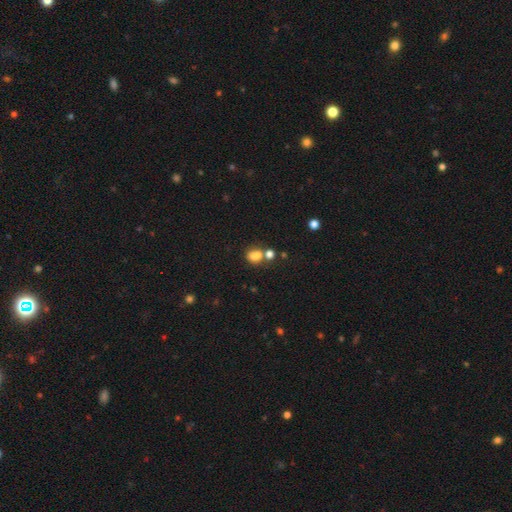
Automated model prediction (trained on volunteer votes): Morphology: type=smooth (76%); roundness=in between (50%); merging=none (42%).